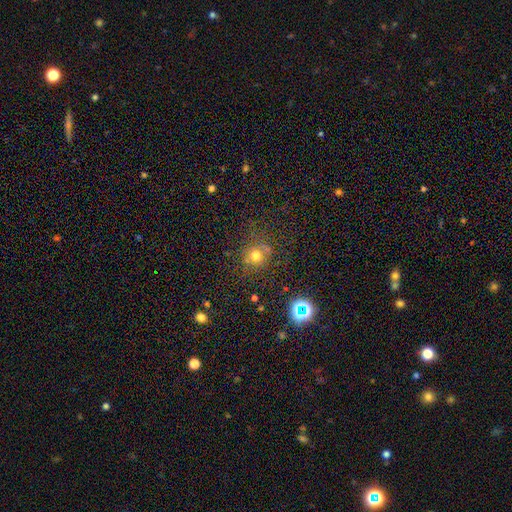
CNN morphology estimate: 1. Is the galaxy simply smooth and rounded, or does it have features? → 68% smooth, 23% star or artifact, 9% featured or disk.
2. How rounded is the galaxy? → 88% round, 11% in between, 1% cigar-shaped.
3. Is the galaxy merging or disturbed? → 76% none, 13% minor disturbance, 6% major disturbance, 5% merger.